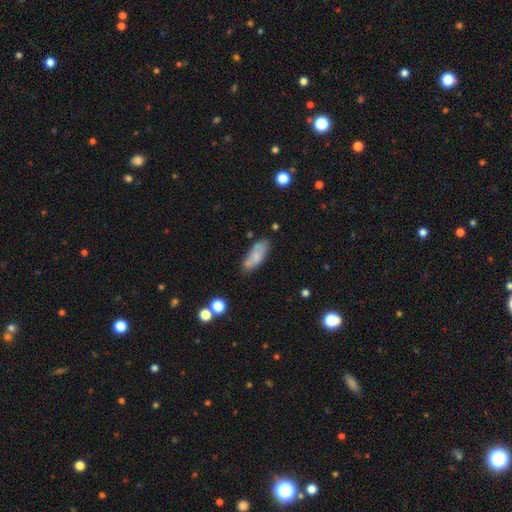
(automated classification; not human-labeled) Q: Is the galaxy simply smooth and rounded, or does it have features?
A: smooth — 76%.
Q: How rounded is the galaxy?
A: in between — 74%.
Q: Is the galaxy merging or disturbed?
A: none — 71%.